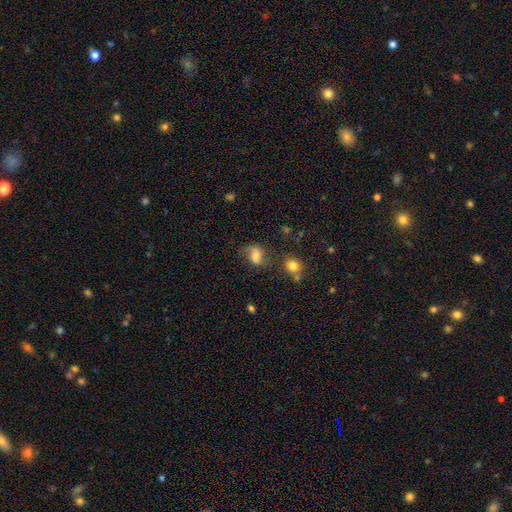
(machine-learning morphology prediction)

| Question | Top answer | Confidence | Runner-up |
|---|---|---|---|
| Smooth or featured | smooth | 56% | featured or disk (32%) |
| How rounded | in between | 62% | round (36%) |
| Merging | none | 47% | minor disturbance (25%) |